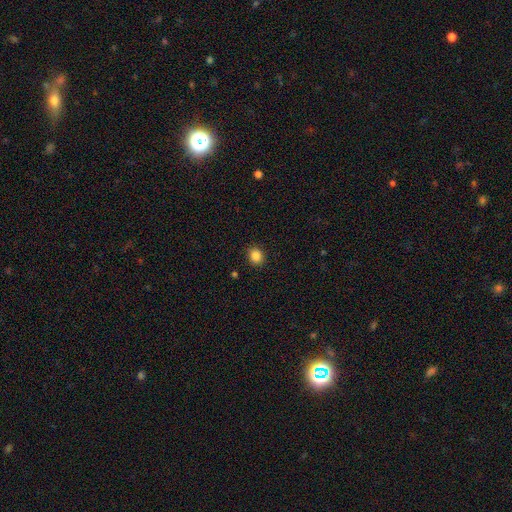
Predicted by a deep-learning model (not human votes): A smooth galaxy with no disk features (86%) that is round (71%).

Vote fractions:
- Smooth or featured? smooth: 86% / star or artifact: 11% / featured or disk: 4%
- How rounded? round: 71% / in between: 28% / cigar-shaped: 1%
- Merging? none: 88% / minor disturbance: 8% / major disturbance: 2% / merger: 1%